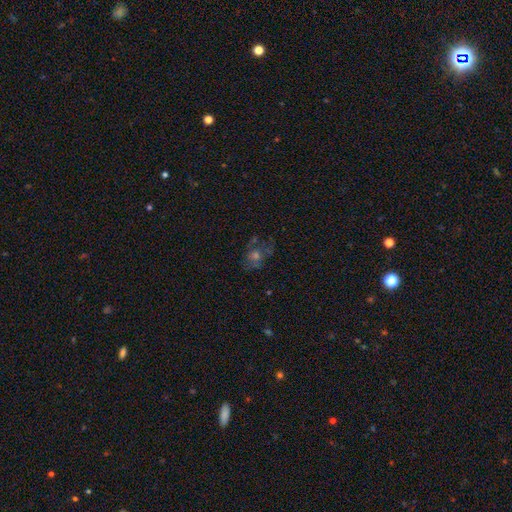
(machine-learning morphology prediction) A featured or disk galaxy (38%).

Vote fractions:
- Smooth or featured? featured or disk: 38% / smooth: 34% / star or artifact: 28%
- Merging? none: 63% / minor disturbance: 20% / major disturbance: 13% / merger: 4%